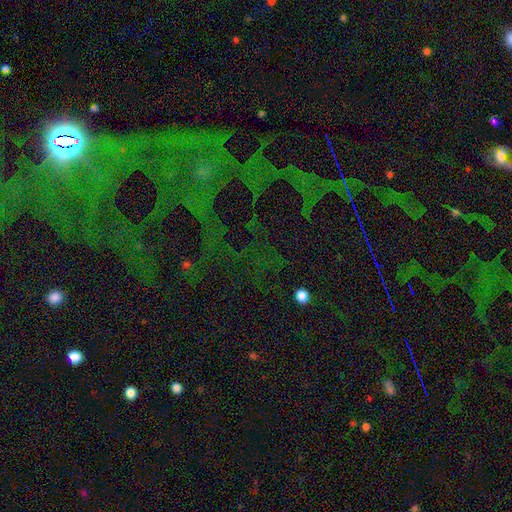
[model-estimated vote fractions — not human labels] A star or artifact, not a galaxy (73%).